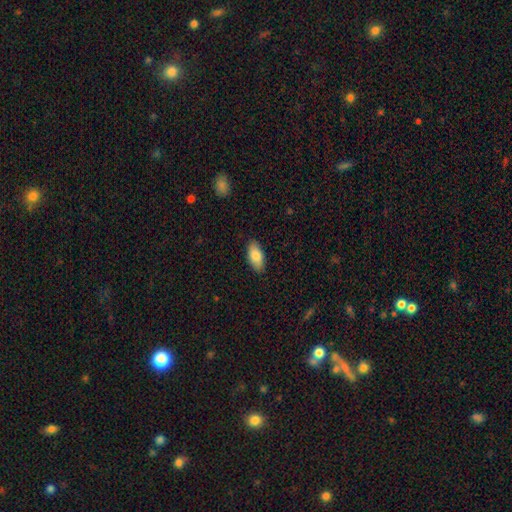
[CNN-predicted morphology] Overall: smooth (85%). How rounded: in between (91%). Merging: none (87%).